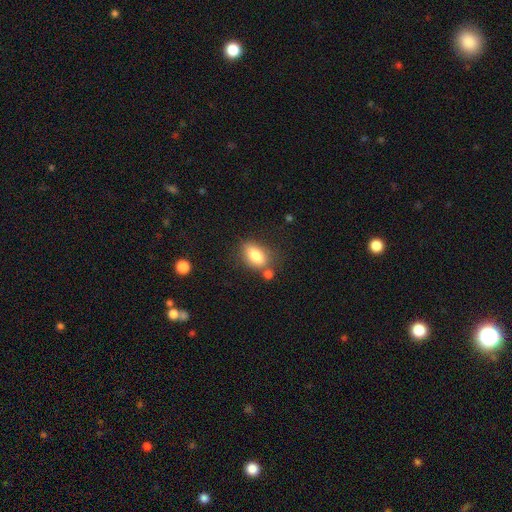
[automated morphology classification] Smooth or featured: smooth — 83% (featured or disk — 9%)
How rounded: in between — 87% (round — 7%)
Merging: none — 63% (minor disturbance — 17%)